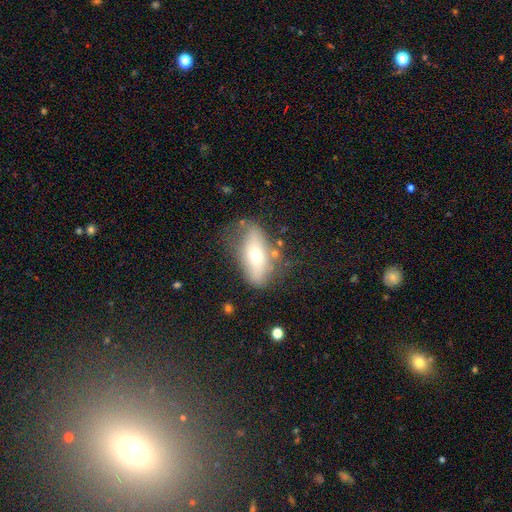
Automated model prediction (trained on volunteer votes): A smooth galaxy with no disk features (55%) that is in between round and cigar-shaped (79%).

Vote fractions:
- Smooth or featured? smooth: 55% / featured or disk: 37% / star or artifact: 8%
- How rounded? in between: 79% / cigar-shaped: 15% / round: 6%
- Merging? none: 56% / minor disturbance: 25% / major disturbance: 14% / merger: 5%